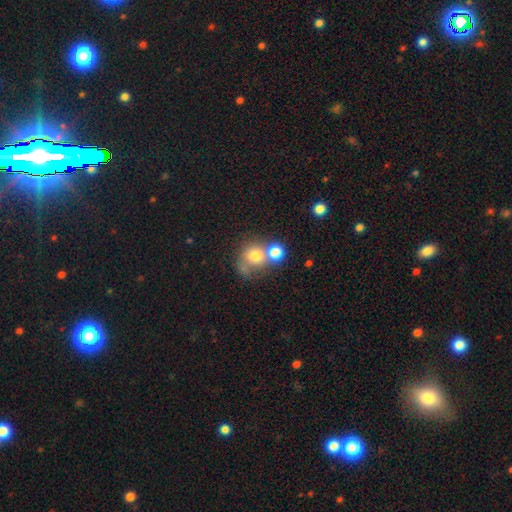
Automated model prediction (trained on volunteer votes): This is likely a smooth galaxy (71%). How rounded: likely round (76%). Merging: possibly merger (50%).